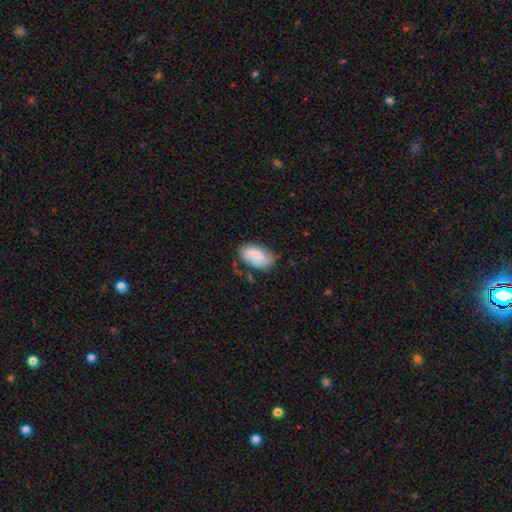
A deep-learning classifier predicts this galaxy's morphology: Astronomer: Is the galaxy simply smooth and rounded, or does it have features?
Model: smooth — 72%.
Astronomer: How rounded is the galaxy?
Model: in between — 94%.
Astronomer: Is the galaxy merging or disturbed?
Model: none — 64%.